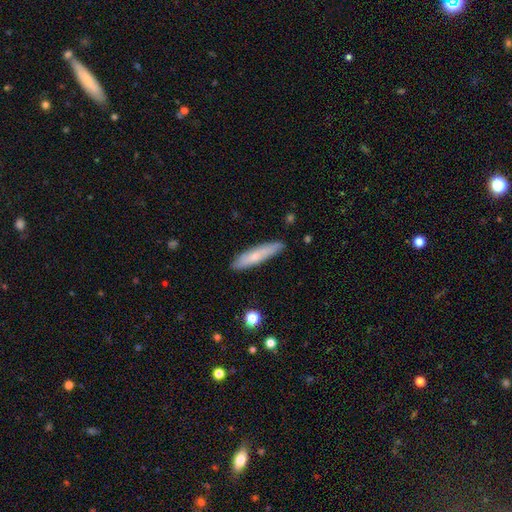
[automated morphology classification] This is likely a smooth galaxy (66%). How rounded: clearly cigar-shaped (84%). Merging: clearly none (86%).